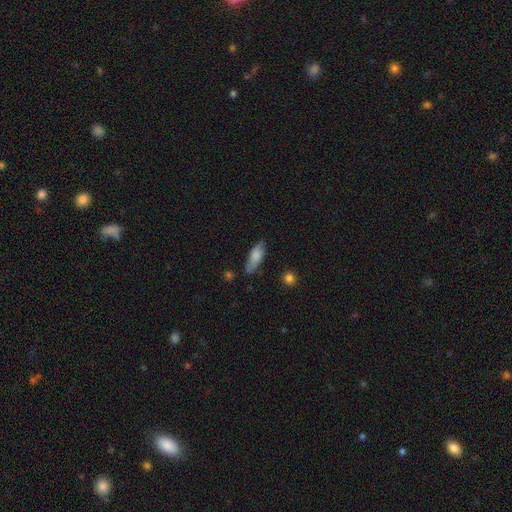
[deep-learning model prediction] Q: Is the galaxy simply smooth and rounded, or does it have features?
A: smooth — 78%.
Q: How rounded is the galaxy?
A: in between — 63%.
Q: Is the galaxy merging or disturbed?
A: none — 69%.